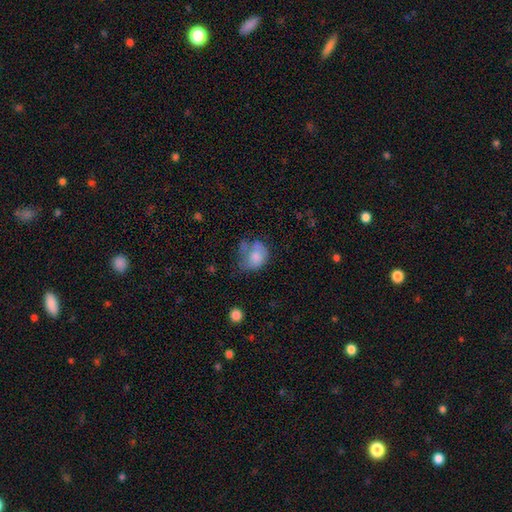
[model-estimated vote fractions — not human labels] Morphology: type=smooth (69%); roundness=in between (50%); merging=none (30%, tied with minor disturbance).